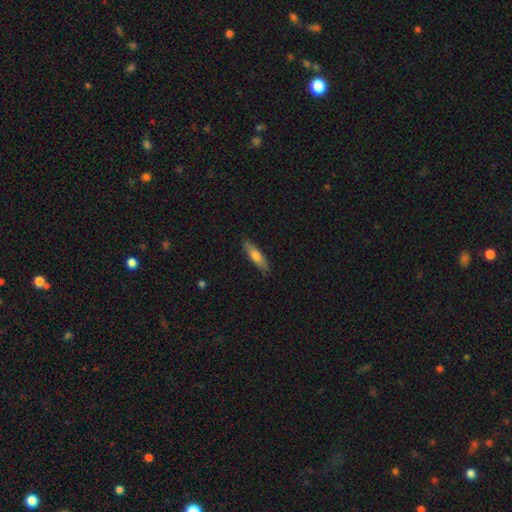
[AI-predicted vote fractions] Morphology: type=smooth (67%); roundness=cigar-shaped (66%); merging=none (87%).